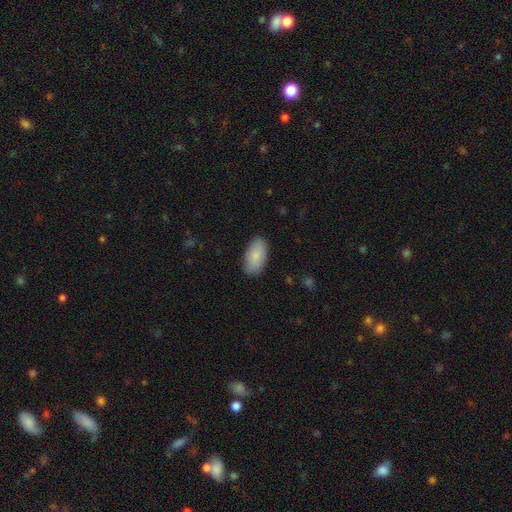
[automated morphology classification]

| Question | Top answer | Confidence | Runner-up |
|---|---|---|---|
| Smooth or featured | smooth | 87% | featured or disk (8%) |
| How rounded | in between | 95% | cigar-shaped (3%) |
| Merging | none | 87% | minor disturbance (10%) |